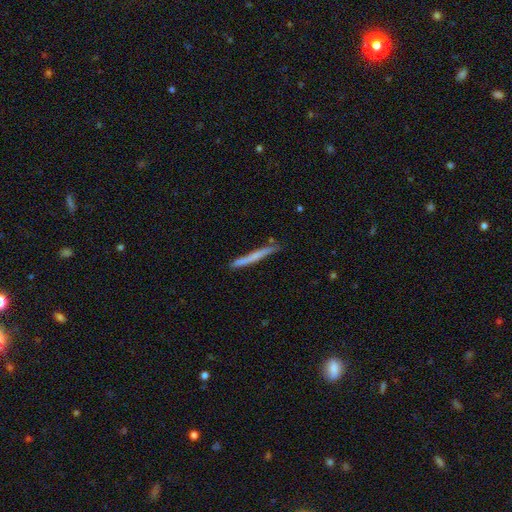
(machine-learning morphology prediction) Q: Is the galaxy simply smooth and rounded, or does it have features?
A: smooth — 60%.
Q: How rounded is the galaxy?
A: cigar-shaped — 97%.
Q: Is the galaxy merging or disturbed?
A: none — 79%.